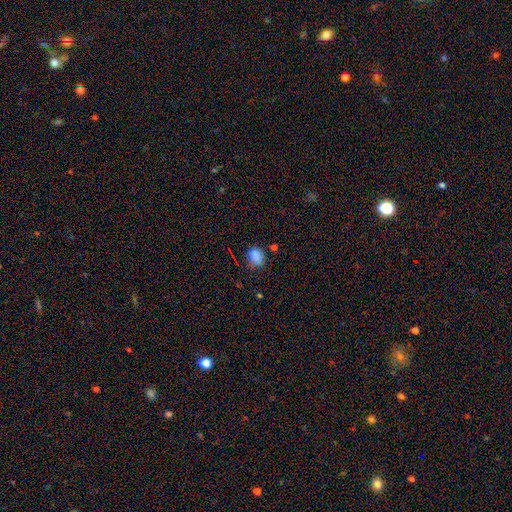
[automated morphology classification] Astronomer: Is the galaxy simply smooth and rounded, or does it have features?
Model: smooth — 79%.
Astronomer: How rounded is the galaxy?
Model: round — 55% (runner-up: in between, 44%).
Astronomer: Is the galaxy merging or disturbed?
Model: none — 57%.